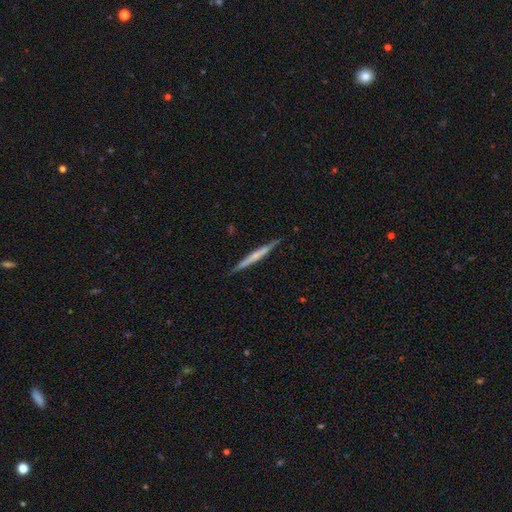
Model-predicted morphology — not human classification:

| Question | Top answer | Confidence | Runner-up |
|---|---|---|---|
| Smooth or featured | featured or disk | 58% | smooth (36%) |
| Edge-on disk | yes | 97% | no (3%) |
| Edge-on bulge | none | 60% | rounded (32%) |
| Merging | none | 89% | minor disturbance (9%) |